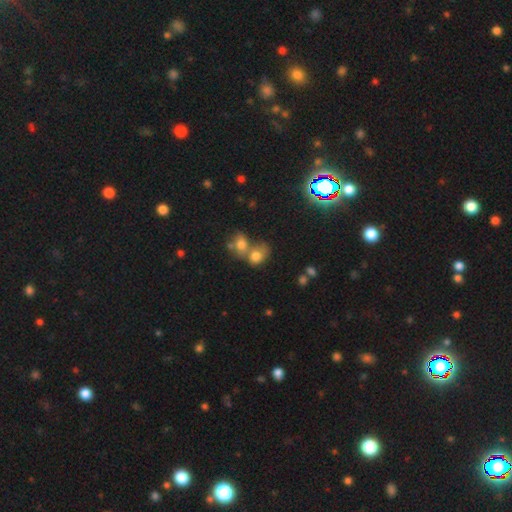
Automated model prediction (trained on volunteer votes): Overall: smooth (72%). How rounded: in between (53%; round 45%). Merging: merger (64%).